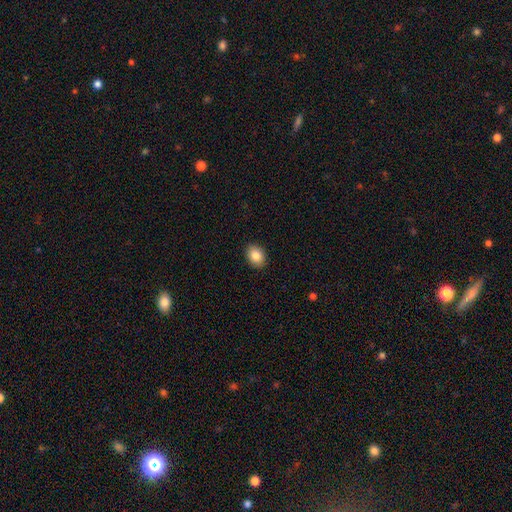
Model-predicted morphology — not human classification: This appears to be a smooth galaxy with no disk features (85%) that is in between round and cigar-shaped (59%). Merging: none (91%).